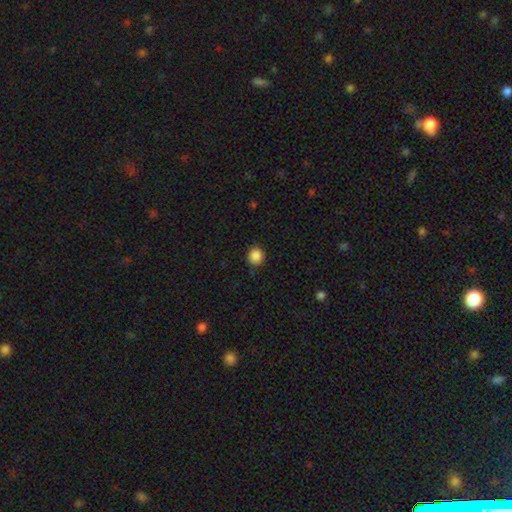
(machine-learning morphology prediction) smooth-or-featured: smooth: 86% | star or artifact: 10% | featured or disk: 3%
  how-rounded: round: 90% | in between: 9% | cigar-shaped: 1%
  merging: none: 87% | minor disturbance: 10% | major disturbance: 2% | merger: 1%